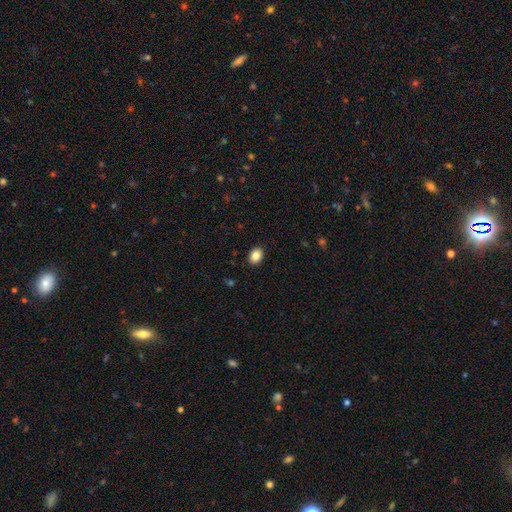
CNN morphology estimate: A smooth galaxy with no disk features (87%) that is in between round and cigar-shaped (72%). Merging: none (90%).